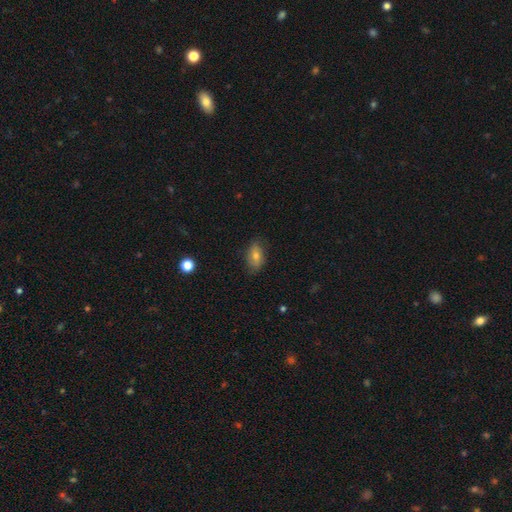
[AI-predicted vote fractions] A smooth galaxy with no disk features (66%) that is in between round and cigar-shaped (87%).

Vote fractions:
- Smooth or featured? smooth: 66% / featured or disk: 22% / star or artifact: 12%
- How rounded? in between: 87% / round: 10% / cigar-shaped: 4%
- Merging? none: 80% / minor disturbance: 15% / major disturbance: 3% / merger: 1%